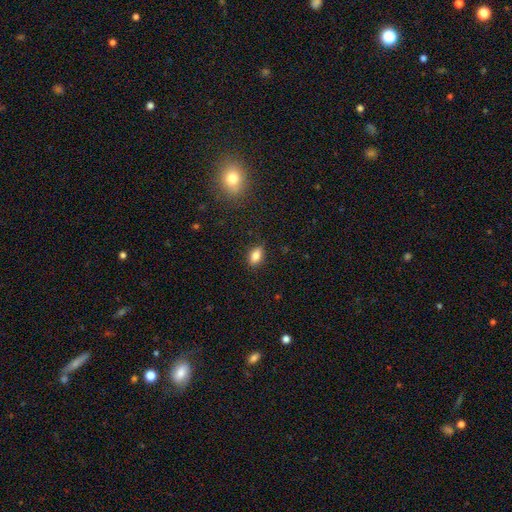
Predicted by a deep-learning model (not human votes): Smooth or featured: smooth — 80% (star or artifact — 10%)
How rounded: in between — 85% (round — 9%)
Merging: none — 83% (minor disturbance — 13%)